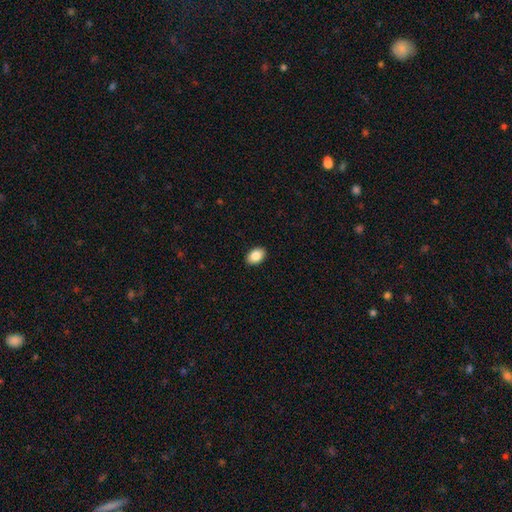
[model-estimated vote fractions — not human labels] Morphology: type=smooth (87%); roundness=in between (86%); merging=none (91%).